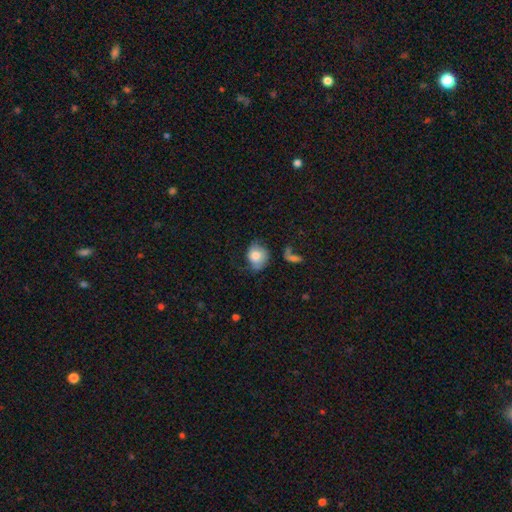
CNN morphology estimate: A smooth galaxy with no disk features (77%) that is round (56%). Merging: none (42%).